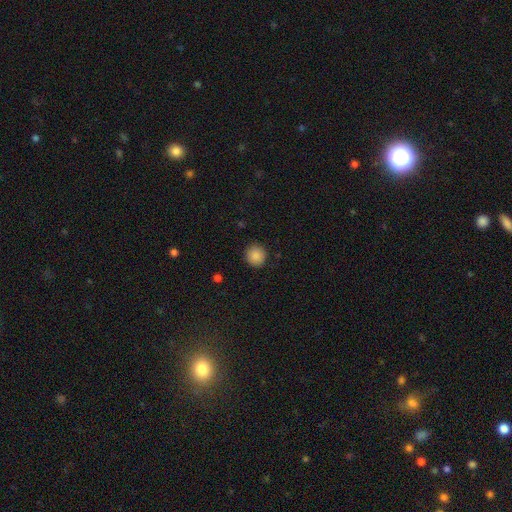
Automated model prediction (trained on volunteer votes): This appears to be a smooth galaxy with no disk features (88%) that is round (93%). Merging: none (91%).